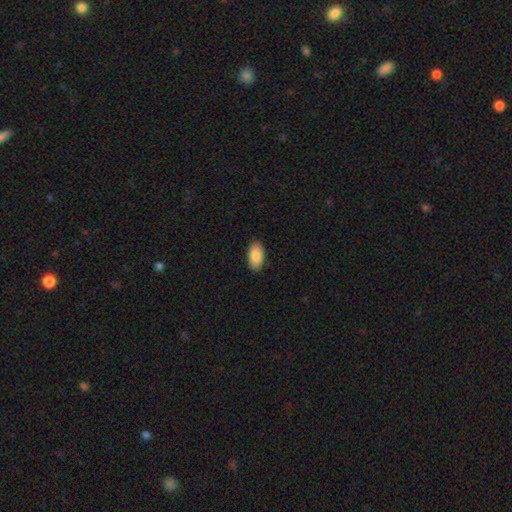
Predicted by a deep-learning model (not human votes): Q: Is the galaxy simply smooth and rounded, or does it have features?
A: smooth — 88%.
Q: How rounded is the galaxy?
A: in between — 95%.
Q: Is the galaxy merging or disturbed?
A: none — 89%.